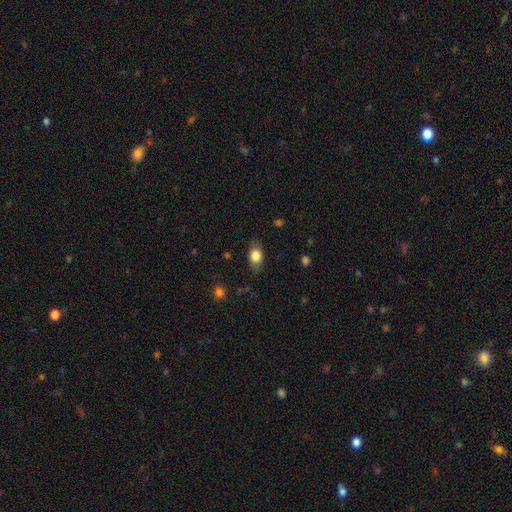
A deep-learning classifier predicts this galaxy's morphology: Smooth or featured: smooth — 81% (featured or disk — 11%)
How rounded: in between — 83% (round — 14%)
Merging: none — 79% (minor disturbance — 16%)